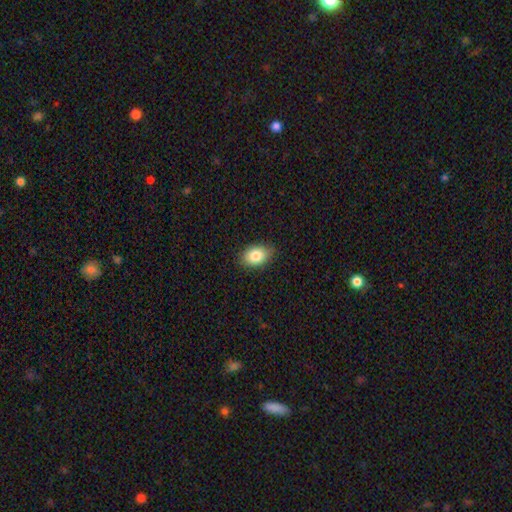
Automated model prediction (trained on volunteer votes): smooth-or-featured: smooth: 84% | star or artifact: 8% | featured or disk: 8%
  how-rounded: in between: 83% | round: 16% | cigar-shaped: 1%
  merging: none: 82% | minor disturbance: 14% | major disturbance: 2% | merger: 1%